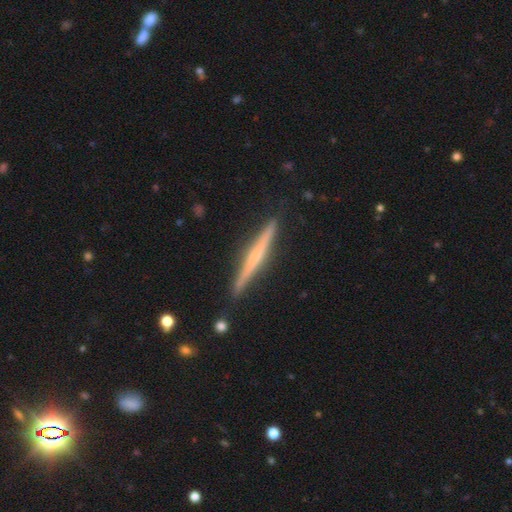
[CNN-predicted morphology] This is likely a featured or disk galaxy (69%). It is clearly viewed edge-on (98%). Edge-on bulge: possibly rounded (54%). Merging: clearly none (90%).